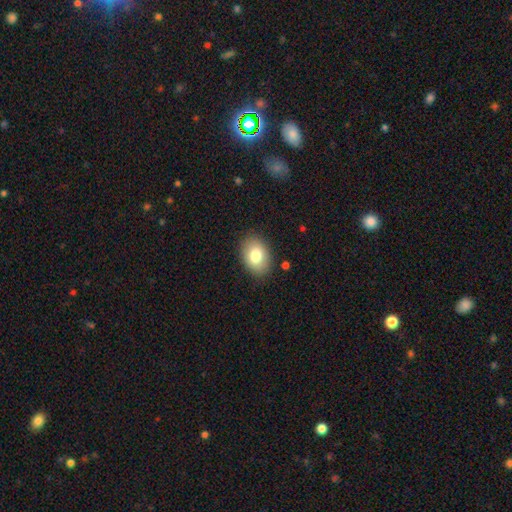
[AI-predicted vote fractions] This is clearly a smooth galaxy (81%). How rounded: likely in between (79%). Merging: clearly none (86%).